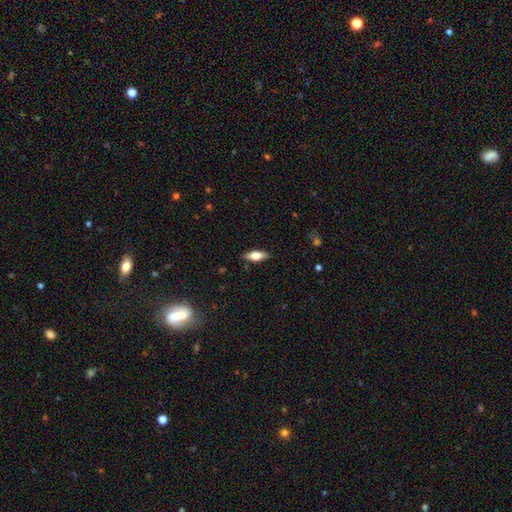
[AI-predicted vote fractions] Smooth or featured? smooth (67%)
How rounded? in between (68%)
Merging? none (87%)